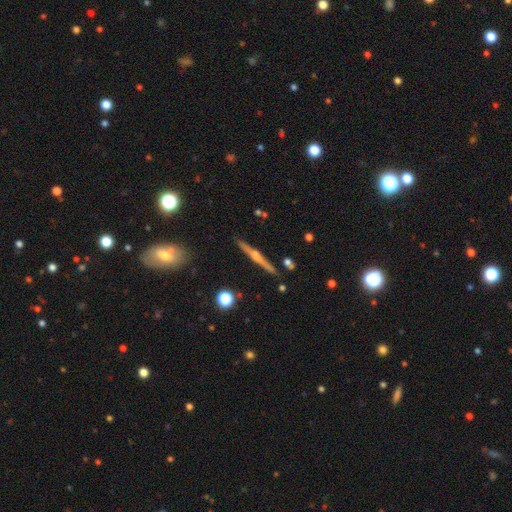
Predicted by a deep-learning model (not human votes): The model was most divided on "smooth or featured": featured or disk: 76%, smooth: 17%, star or artifact: 7%. More confident: edge-on disk — yes (98%); merging — none (90%); edge-on bulge — rounded (84%).